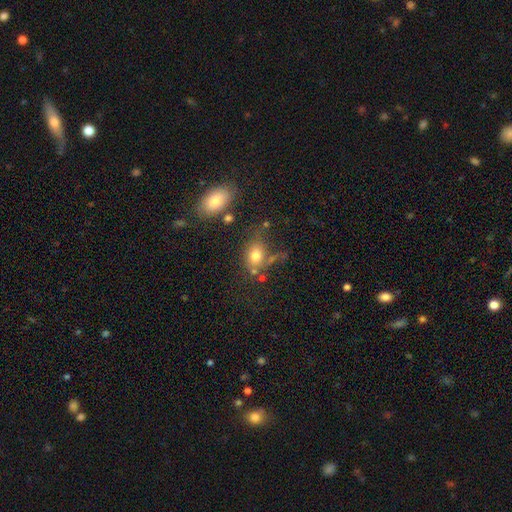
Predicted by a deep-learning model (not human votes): The model was most divided on "merging": none: 57%, minor disturbance: 19%, merger: 14%, major disturbance: 10%. More confident: smooth or featured — smooth (76%); how rounded — in between (69%).